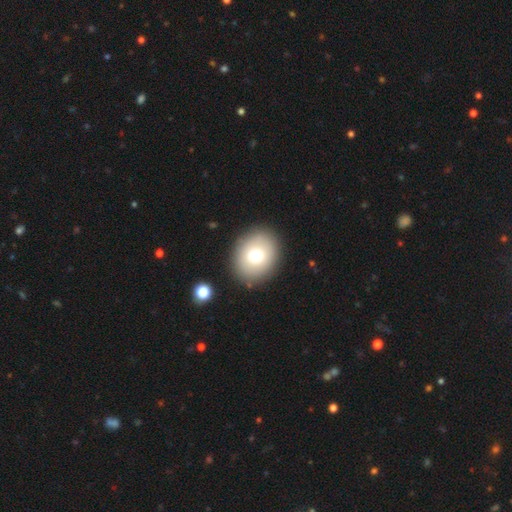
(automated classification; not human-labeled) smooth 73%, featured or disk 16%, star or artifact 11%. Down the decision tree: how rounded — round (52%); merging — none (87%).